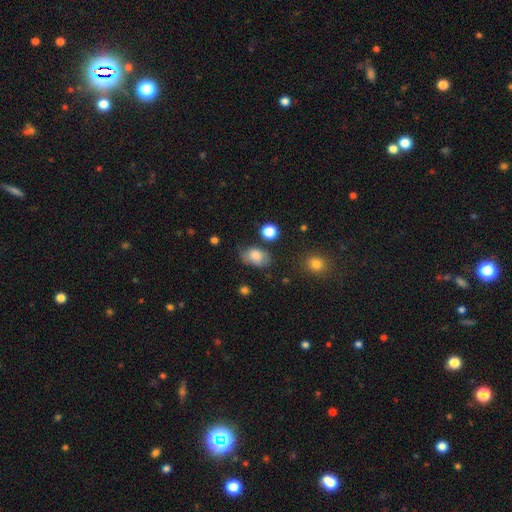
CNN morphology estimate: Smooth or featured: smooth — 77% (featured or disk — 14%)
How rounded: in between — 84% (round — 15%)
Merging: none — 59% (minor disturbance — 28%)